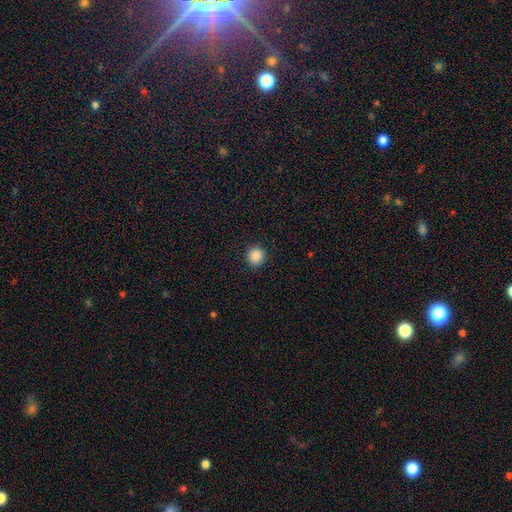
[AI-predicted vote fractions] Smooth or featured?
  - smooth: 88% *
  - star or artifact: 9%
  - featured or disk: 2%
How rounded?
  - round: 92% *
  - in between: 7%
  - cigar-shaped: 1%
Merging?
  - none: 92% *
  - minor disturbance: 5%
  - major disturbance: 2%
  - merger: 1%